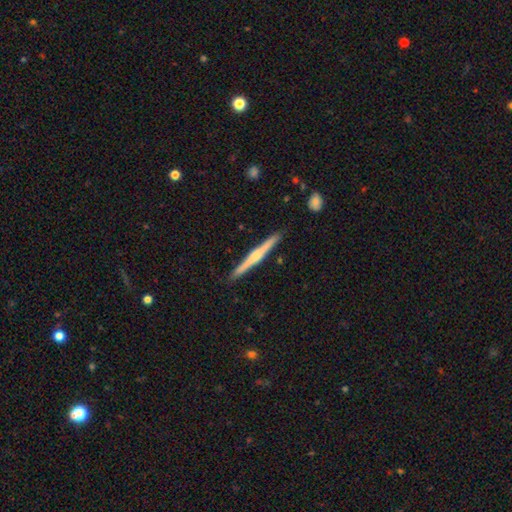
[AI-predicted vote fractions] Smooth or featured?
  - featured or disk: 69% *
  - smooth: 26%
  - star or artifact: 5%
Edge-on disk?
  - yes: 98% *
  - no: 2%
Edge-on bulge?
  - rounded: 74% *
  - none: 15%
  - boxy: 11%
Merging?
  - none: 91% *
  - minor disturbance: 6%
  - major disturbance: 1%
  - merger: 1%